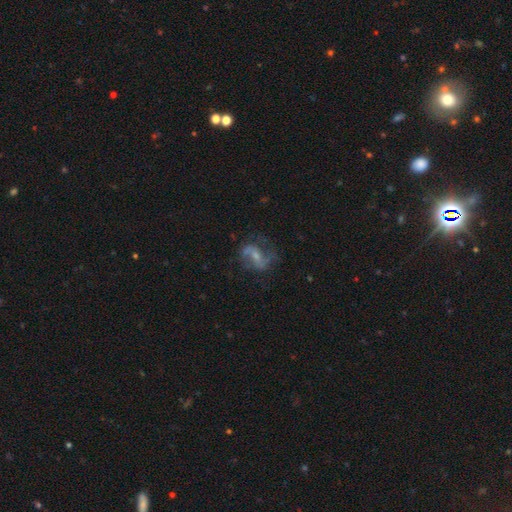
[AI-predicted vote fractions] This appears to be a featured or disk galaxy (73%) with a weak bar (45%), 2 (82%) medium (46%) spiral arms (87%) and a small central bulge (48%). Merging: none (60%).